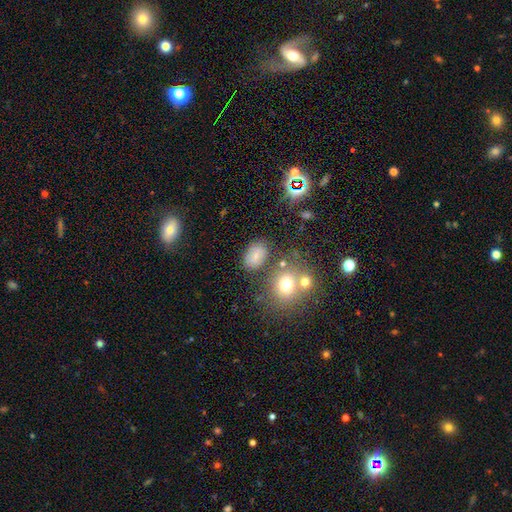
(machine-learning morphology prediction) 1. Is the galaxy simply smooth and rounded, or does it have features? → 66% smooth, 17% featured or disk, 17% star or artifact.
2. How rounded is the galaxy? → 78% in between, 20% round, 1% cigar-shaped.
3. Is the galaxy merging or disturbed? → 74% none, 14% minor disturbance, 7% merger, 5% major disturbance.